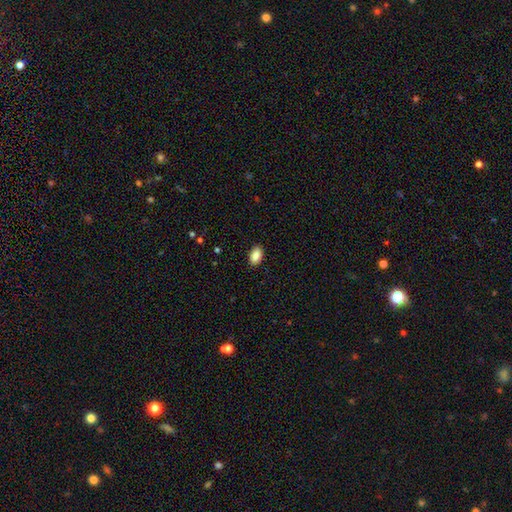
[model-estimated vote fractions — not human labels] smooth 89%, star or artifact 7%, featured or disk 4%. Down the decision tree: how rounded — in between (93%); merging — none (89%).